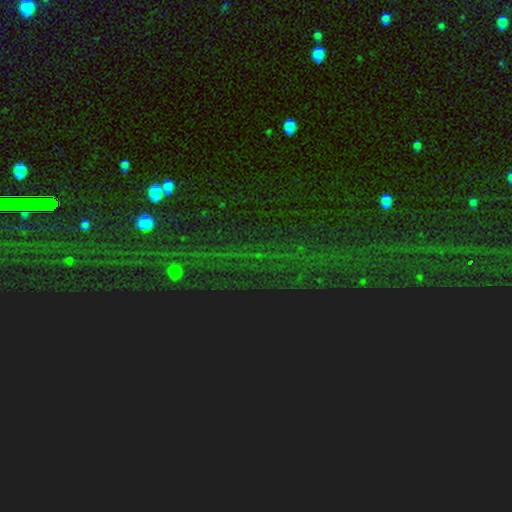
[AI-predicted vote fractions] This appears to be a star or artifact, not a galaxy (79%).